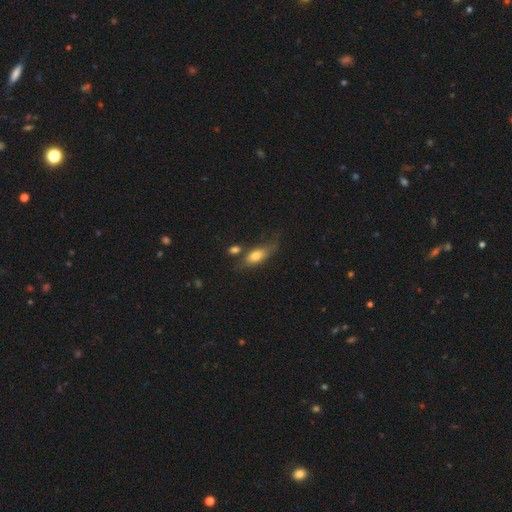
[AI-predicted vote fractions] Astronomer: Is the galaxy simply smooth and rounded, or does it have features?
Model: smooth — 71%.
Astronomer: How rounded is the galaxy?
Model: in between — 74%.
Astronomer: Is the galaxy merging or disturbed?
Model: none — 52%.